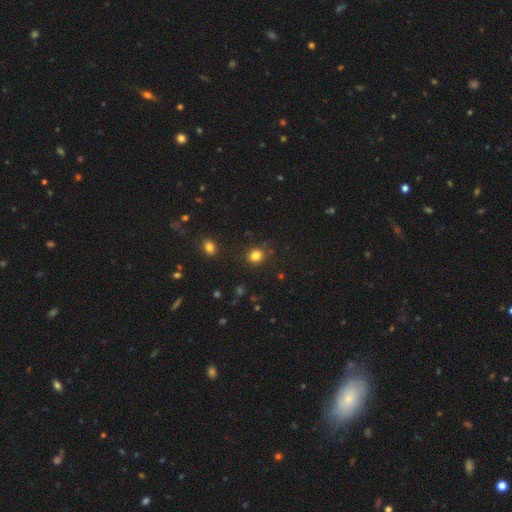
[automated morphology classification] This is clearly a smooth galaxy (82%). How rounded: clearly round (83%). Merging: clearly none (87%).